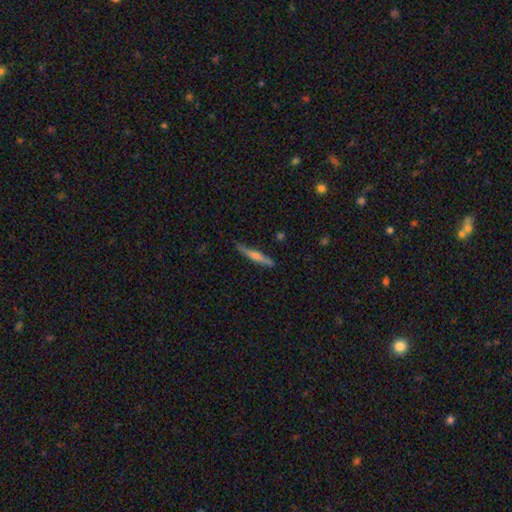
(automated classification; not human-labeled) This is possibly a featured or disk galaxy (48%). Merging: clearly none (82%).